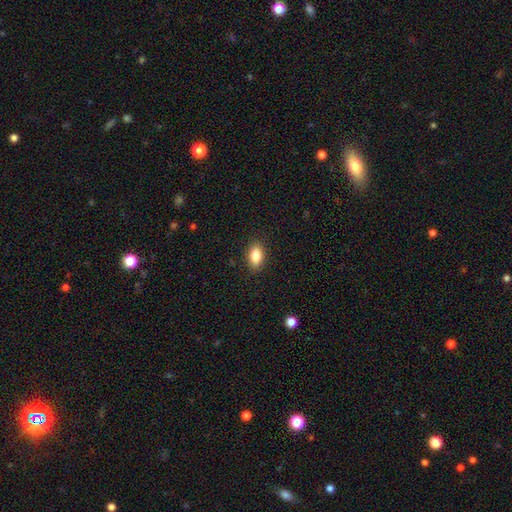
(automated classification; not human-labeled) Morphology: type=smooth (84%); roundness=in between (88%); merging=none (88%).